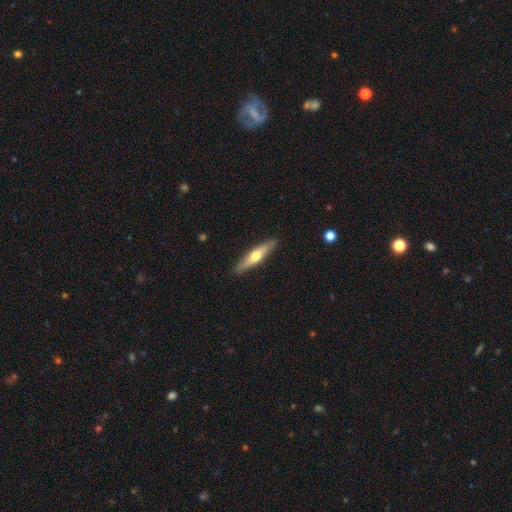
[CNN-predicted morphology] Overall: featured or disk (52%; smooth 42%). Edge-on disk: yes (92%). Merging: none (90%).